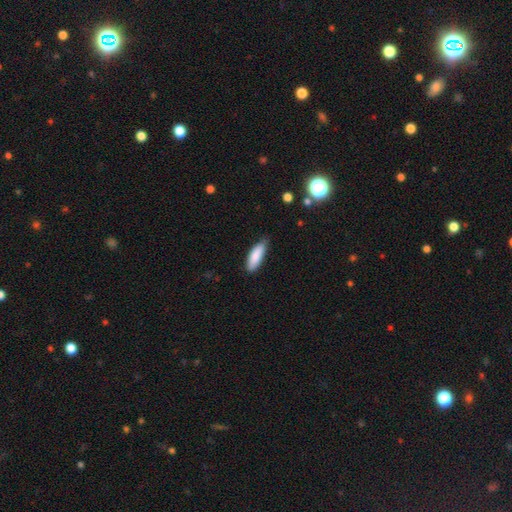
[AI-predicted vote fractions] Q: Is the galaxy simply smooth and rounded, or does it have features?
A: smooth — 86%.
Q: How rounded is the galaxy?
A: in between — 62%.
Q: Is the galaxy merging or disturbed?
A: none — 70%.